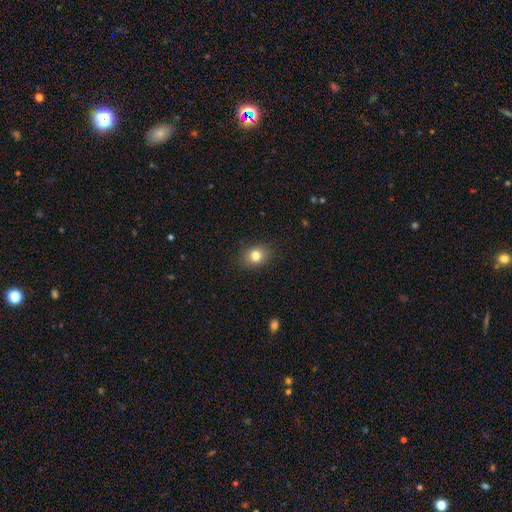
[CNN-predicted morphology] This appears to be a smooth galaxy with no disk features (80%) that is in between round and cigar-shaped (51%). Merging: none (88%).